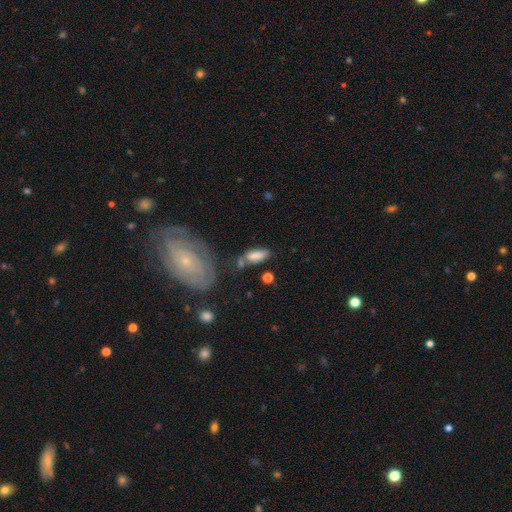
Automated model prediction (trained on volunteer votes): smooth 75%, featured or disk 17%, star or artifact 8%. Down the decision tree: how rounded — in between (77%); merging — none (52%).